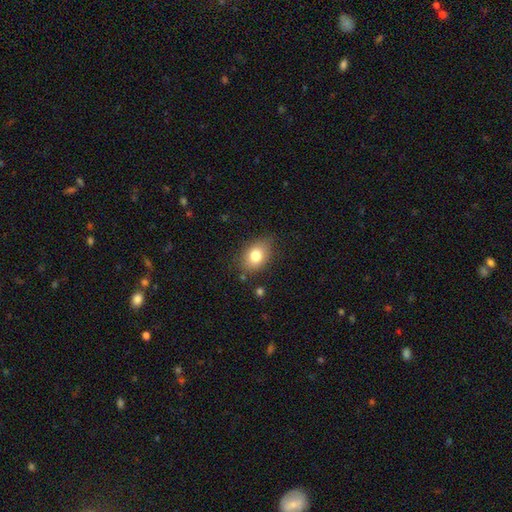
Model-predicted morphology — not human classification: type=smooth (80%); roundness=in between (75%); merging=none (75%).